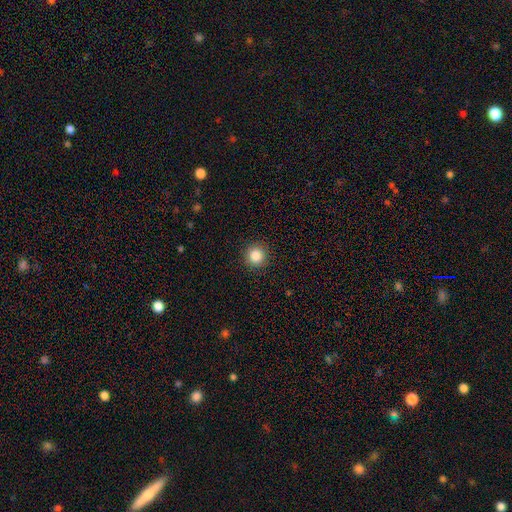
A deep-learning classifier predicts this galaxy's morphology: type=smooth (85%); roundness=round (94%); merging=none (92%).